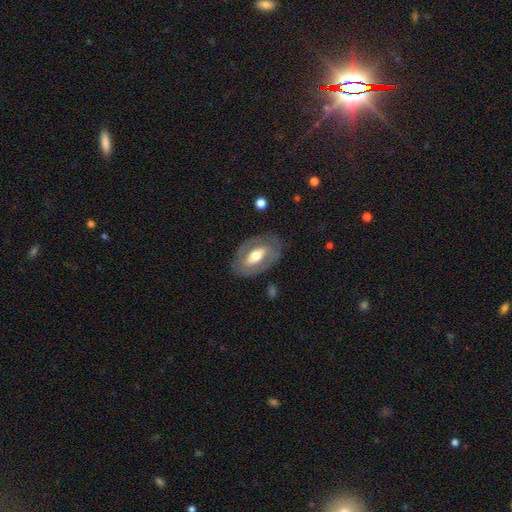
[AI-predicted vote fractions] A featured or disk galaxy (60%) with no bar (39%), no spiral arms (66%) and a moderate central bulge (63%).

Vote fractions:
- Smooth or featured? featured or disk: 60% / smooth: 35% / star or artifact: 5%
- Edge-on disk? no: 89% / yes: 11%
- Bar? no: 39% / strong: 31% / weak: 30%
- Spiral arms? no: 66% / yes: 34%
- Bulge size? moderate: 63% / large: 21% / small: 13% / dominant: 2% / none: 1%
- Merging? none: 79% / minor disturbance: 13% / major disturbance: 6% / merger: 1%